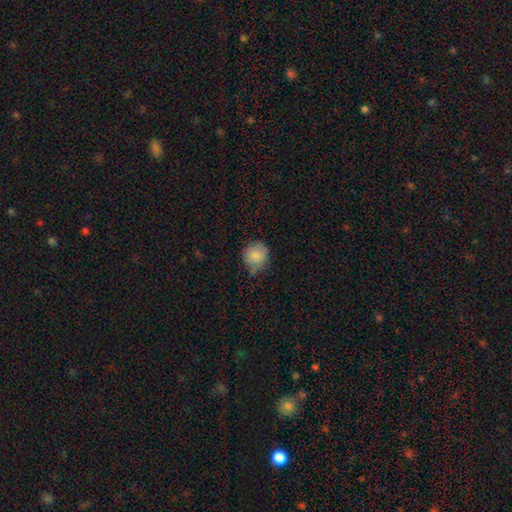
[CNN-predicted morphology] Overall: smooth (81%). How rounded: round (85%). Merging: none (58%; minor disturbance 32%).